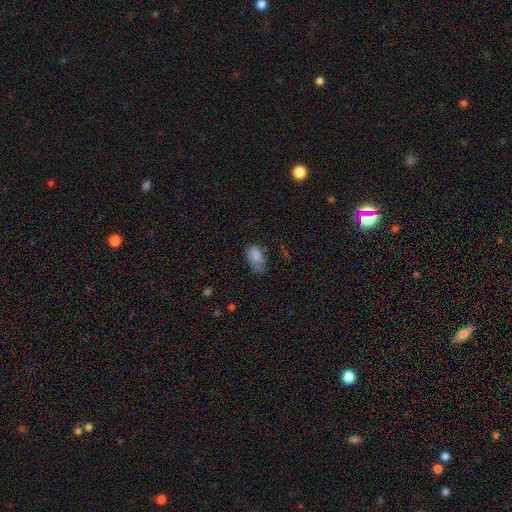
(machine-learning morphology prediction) Q: Smooth or featured?
A: smooth (81%); runner-up: featured or disk (10%)
Q: How rounded?
A: in between (92%); runner-up: round (6%)
Q: Merging?
A: none (41%); runner-up: minor disturbance (38%)